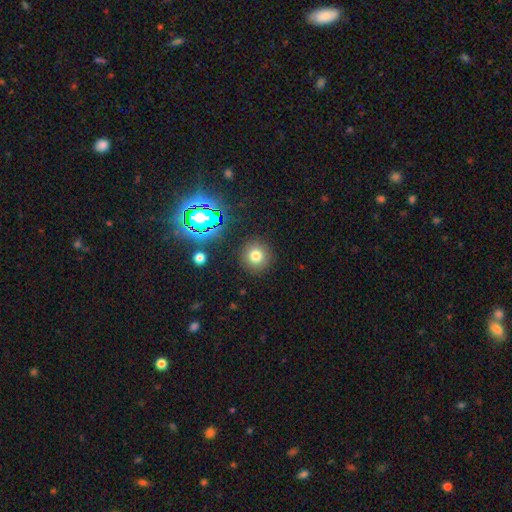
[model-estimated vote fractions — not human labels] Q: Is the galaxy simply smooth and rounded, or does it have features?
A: smooth — 74%.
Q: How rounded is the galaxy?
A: round — 93%.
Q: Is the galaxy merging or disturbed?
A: none — 89%.